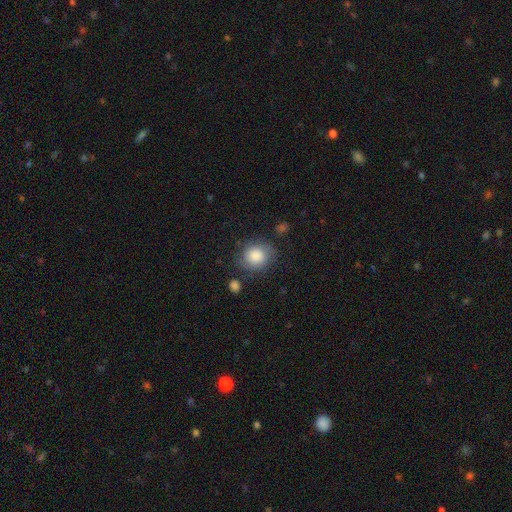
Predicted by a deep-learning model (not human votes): Overall: smooth (77%). How rounded: round (78%). Merging: none (71%).